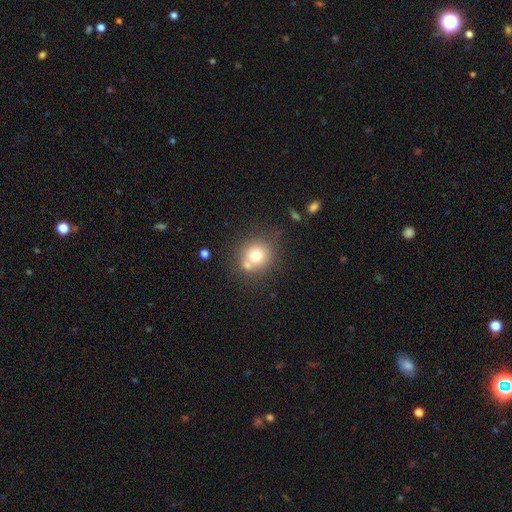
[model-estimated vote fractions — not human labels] Smooth or featured? smooth (72%)
How rounded? round (87%)
Merging? none (60%)